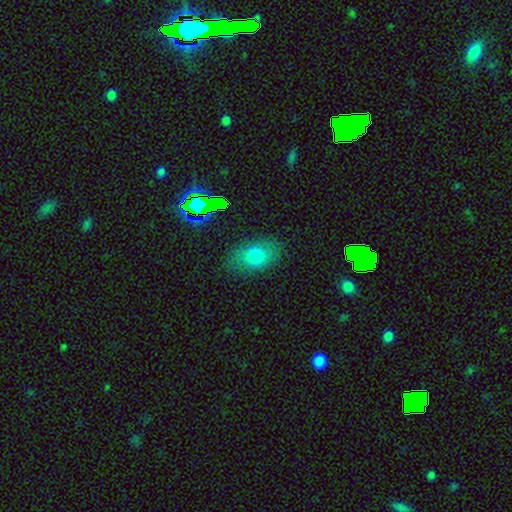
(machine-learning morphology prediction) The model was most divided on "merging": none: 76%, minor disturbance: 17%, major disturbance: 6%, merger: 2%. More confident: how rounded — in between (79%); smooth or featured — smooth (75%).